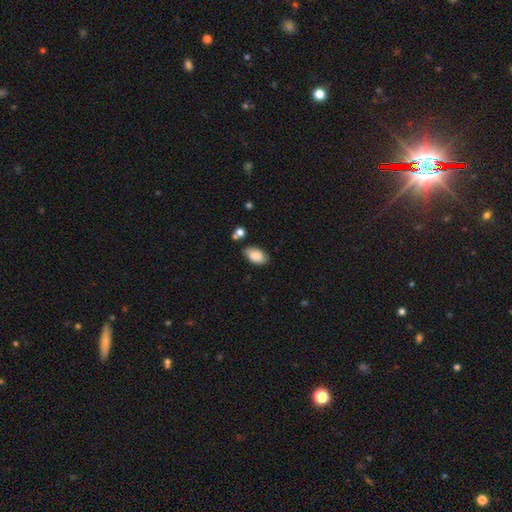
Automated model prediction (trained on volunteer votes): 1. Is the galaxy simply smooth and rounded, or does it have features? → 85% smooth, 9% featured or disk, 7% star or artifact.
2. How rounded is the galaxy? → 94% in between, 4% round, 2% cigar-shaped.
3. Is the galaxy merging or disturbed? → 74% none, 17% minor disturbance, 5% merger, 3% major disturbance.